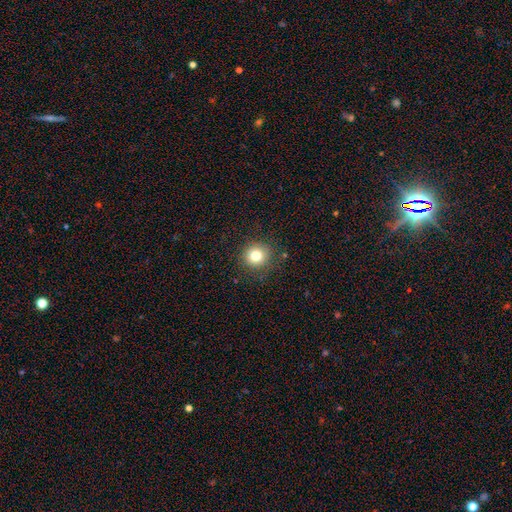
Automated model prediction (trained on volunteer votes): Smooth or featured? smooth (81%)
How rounded? round (92%)
Merging? none (87%)